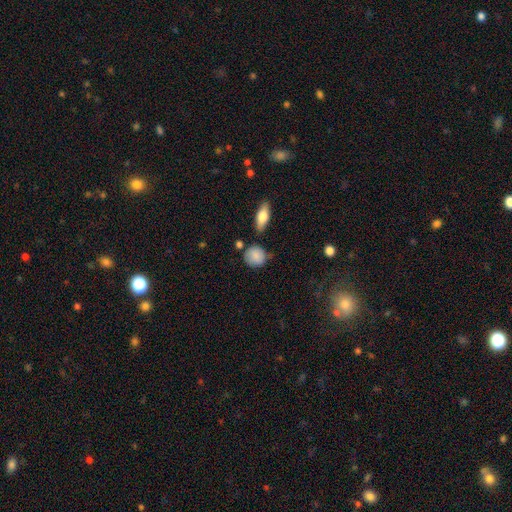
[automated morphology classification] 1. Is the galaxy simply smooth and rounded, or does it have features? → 84% smooth, 9% featured or disk, 7% star or artifact.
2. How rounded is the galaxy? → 78% round, 20% in between, 2% cigar-shaped.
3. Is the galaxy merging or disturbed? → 68% none, 21% minor disturbance, 6% merger, 5% major disturbance.